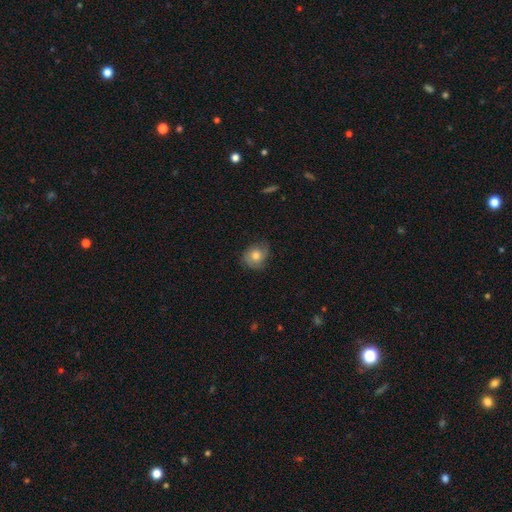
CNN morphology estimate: smooth-or-featured: smooth: 55% | featured or disk: 36% | star or artifact: 9%
  how-rounded: round: 67% | in between: 32% | cigar-shaped: 1%
  merging: none: 68% | minor disturbance: 24% | major disturbance: 8% | merger: 1%